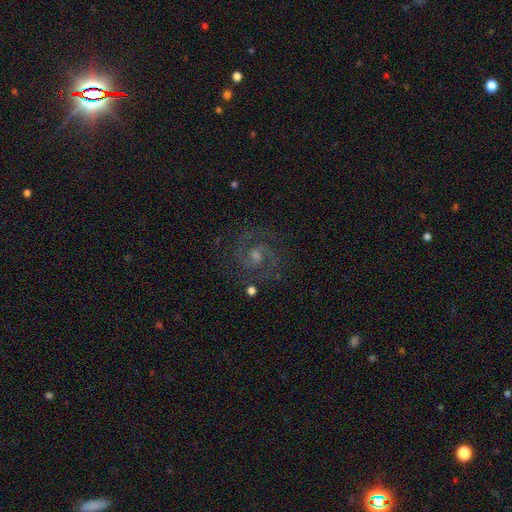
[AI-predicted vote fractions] Smooth or featured: featured or disk — 86% (star or artifact — 9%)
Edge-on disk: no — 98% (yes — 2%)
Bar: weak — 47% (no — 42%)
Spiral arms: yes — 98% (no — 2%)
Spiral winding: medium — 51% (tight — 42%)
Spiral arm count: 2 — 89% (3 — 4%)
Bulge size: moderate — 52% (small — 36%)
Merging: none — 83% (minor disturbance — 11%)